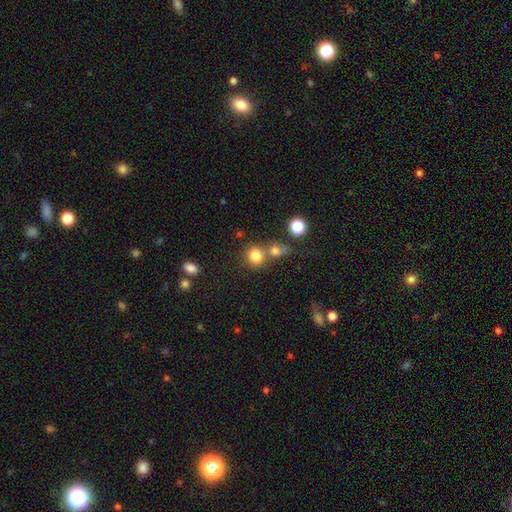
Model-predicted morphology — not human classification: The model was most divided on "merging": none: 56%, merger: 31%, minor disturbance: 9%, major disturbance: 4%. More confident: how rounded — round (84%); smooth or featured — smooth (80%).